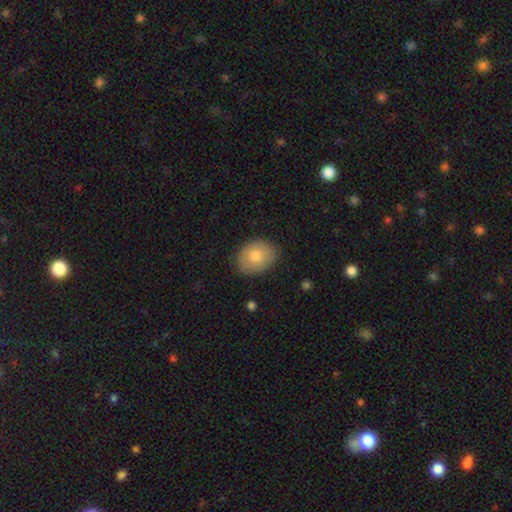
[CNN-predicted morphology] smooth 79%, featured or disk 13%, star or artifact 8%. Down the decision tree: how rounded — in between (56%); merging — none (83%).